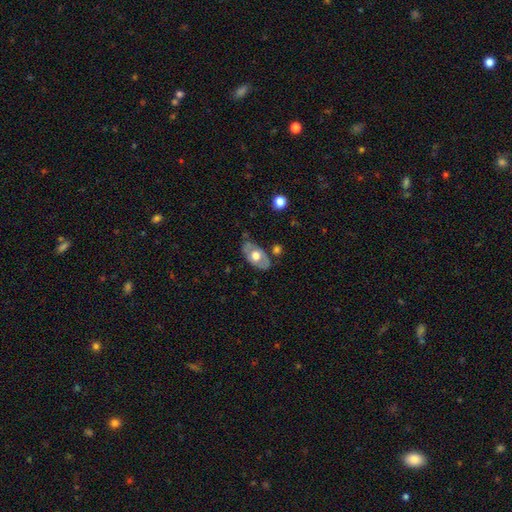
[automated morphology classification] Overall: smooth (48%; featured or disk 46%). Merging: none (67%).